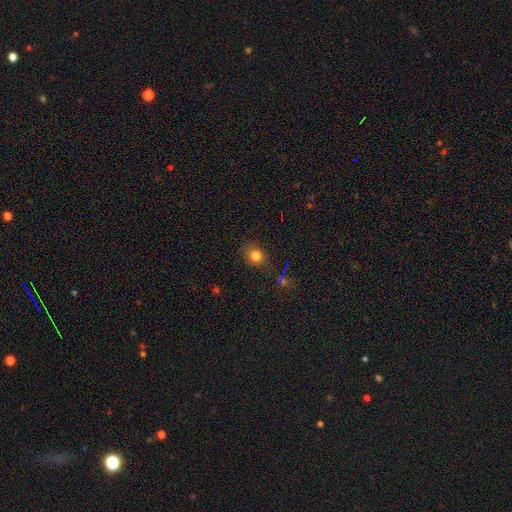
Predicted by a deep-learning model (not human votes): Smooth or featured: smooth — 78% (star or artifact — 16%)
How rounded: round — 67% (in between — 32%)
Merging: none — 82% (minor disturbance — 12%)